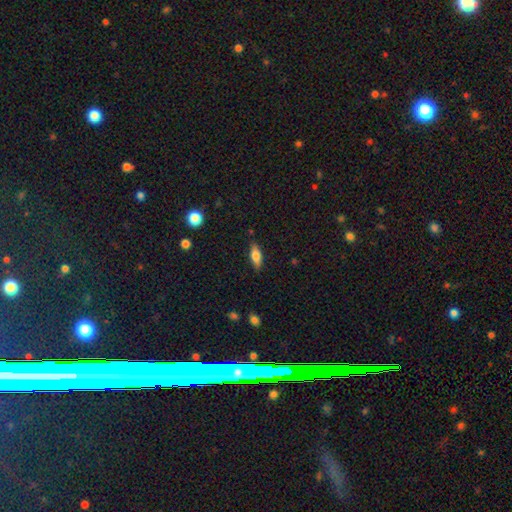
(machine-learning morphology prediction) type=smooth (67%); roundness=in between (67%); merging=none (85%).